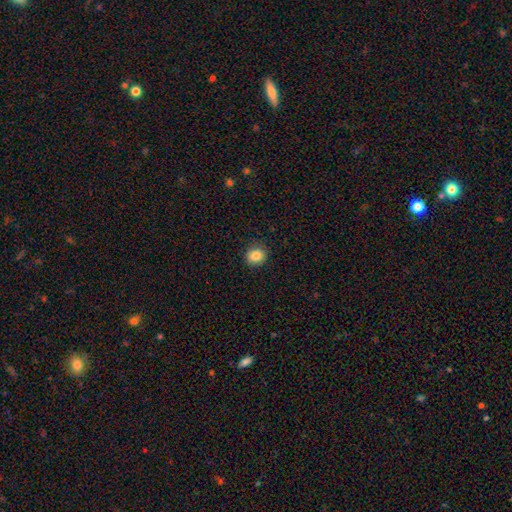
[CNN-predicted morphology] smooth-or-featured: smooth: 85% | star or artifact: 10% | featured or disk: 5%
  how-rounded: round: 81% | in between: 18% | cigar-shaped: 1%
  merging: none: 90% | minor disturbance: 7% | major disturbance: 2% | merger: 1%